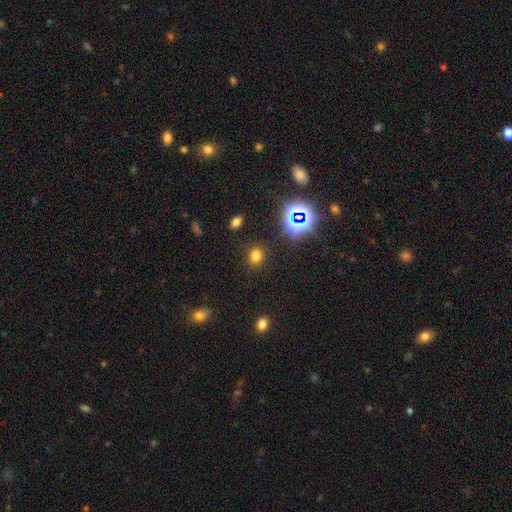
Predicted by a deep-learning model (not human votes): smooth-or-featured: smooth: 69% | star or artifact: 24% | featured or disk: 6%
  how-rounded: round: 54% | in between: 44% | cigar-shaped: 1%
  merging: none: 84% | minor disturbance: 9% | major disturbance: 4% | merger: 2%